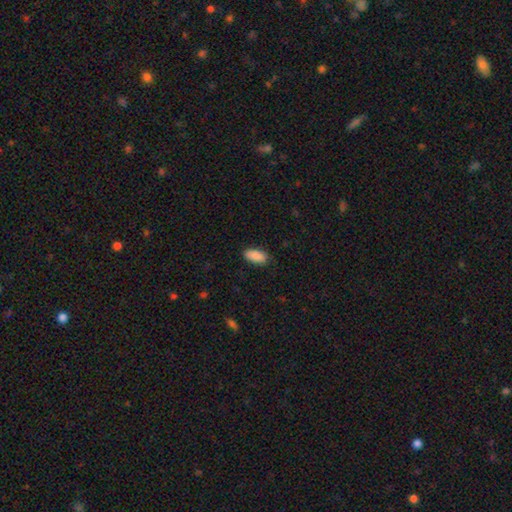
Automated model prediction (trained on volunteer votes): Smooth or featured: smooth — 89% (star or artifact — 7%)
How rounded: in between — 91% (cigar-shaped — 7%)
Merging: none — 84% (minor disturbance — 13%)